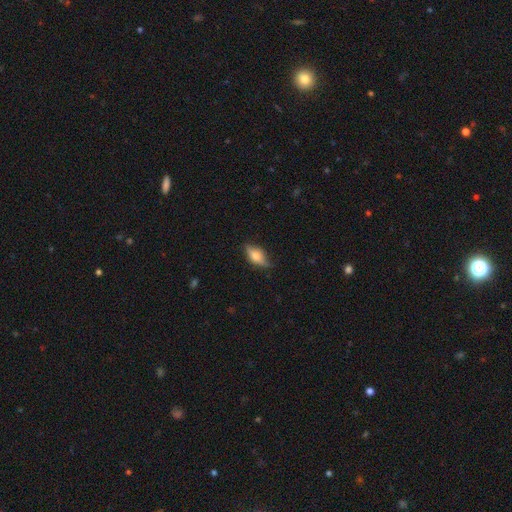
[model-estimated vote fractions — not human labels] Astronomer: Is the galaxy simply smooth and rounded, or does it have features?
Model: smooth — 56% (runner-up: featured or disk, 37%).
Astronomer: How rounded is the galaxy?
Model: in between — 77%.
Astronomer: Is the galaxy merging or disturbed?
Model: none — 76%.